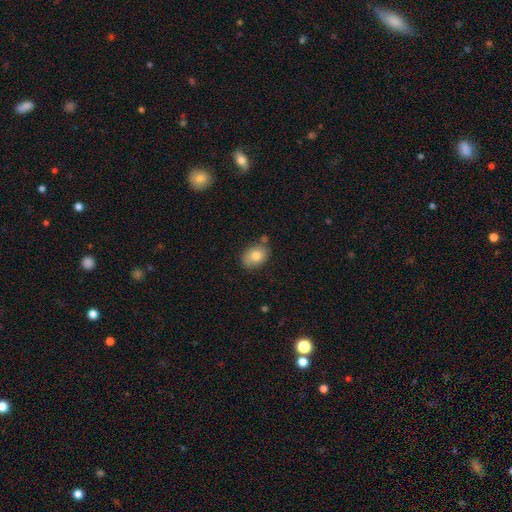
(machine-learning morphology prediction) The model was most divided on "how rounded": in between: 76%, round: 23%, cigar-shaped: 1%. More confident: smooth or featured — smooth (79%); merging — none (72%).